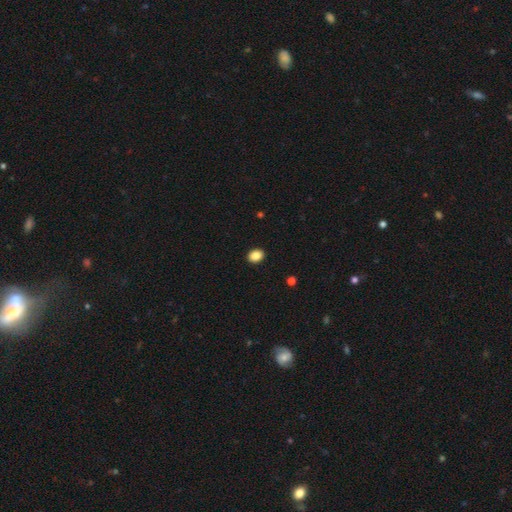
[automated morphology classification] smooth-or-featured: smooth: 88% | star or artifact: 9% | featured or disk: 3%
  how-rounded: in between: 57% | round: 42% | cigar-shaped: 1%
  merging: none: 92% | minor disturbance: 6% | major disturbance: 2% | merger: 1%